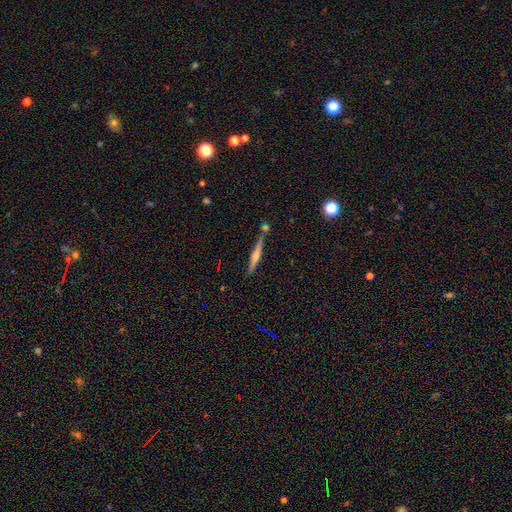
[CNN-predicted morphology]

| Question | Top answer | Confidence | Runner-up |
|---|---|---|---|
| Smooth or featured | featured or disk | 66% | smooth (25%) |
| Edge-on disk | yes | 97% | no (3%) |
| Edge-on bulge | rounded | 74% | none (17%) |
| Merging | none | 84% | minor disturbance (9%) |